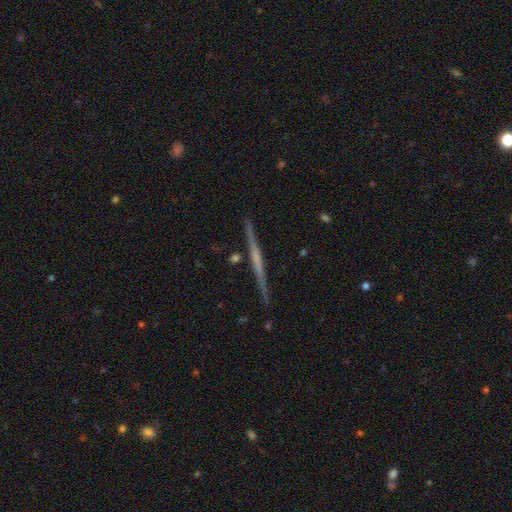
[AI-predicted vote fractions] smooth-or-featured: featured or disk: 70% | smooth: 25% | star or artifact: 6%
  disk-edge-on: yes: 98% | no: 2%
    edge-on-bulge: none: 67% | rounded: 22% | boxy: 11%
  merging: none: 90% | minor disturbance: 7% | merger: 2% | major disturbance: 1%